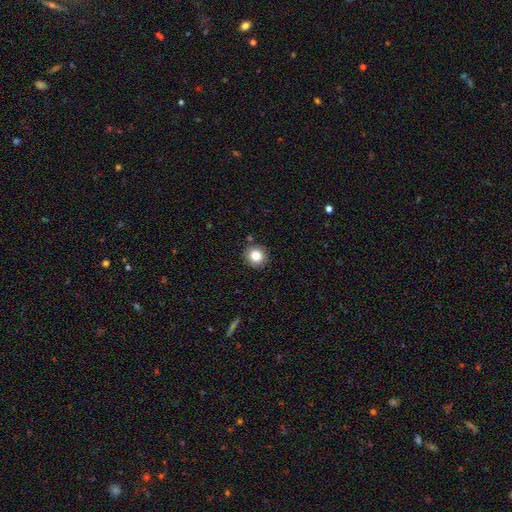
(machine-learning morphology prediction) type=smooth (82%); roundness=round (86%); merging=none (87%).